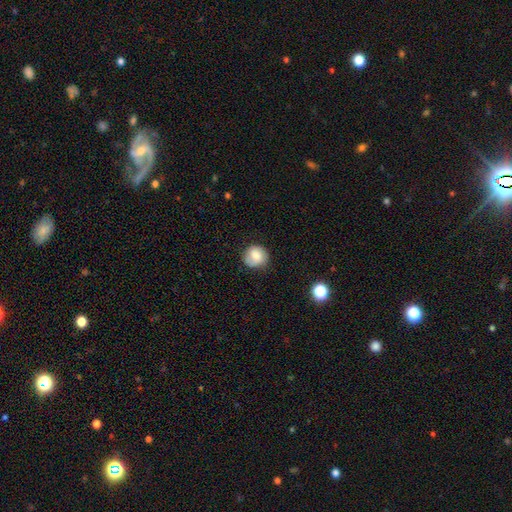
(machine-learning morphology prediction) This appears to be a smooth galaxy with no disk features (77%) that is round (85%). Merging: none (73%).